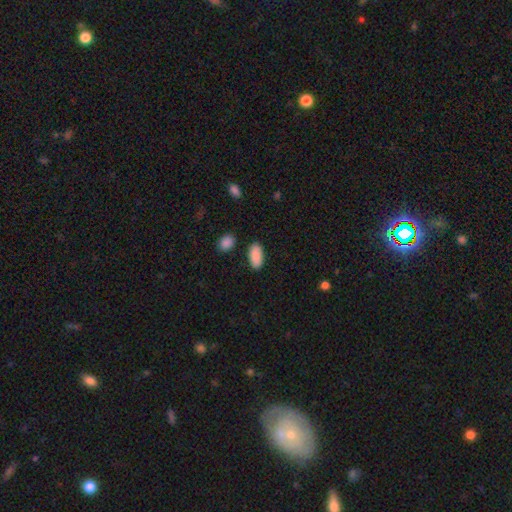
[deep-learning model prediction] smooth_or_featured: smooth (p=0.89) [alt: star or artifact p=0.06]
how_rounded: in between (p=0.94) [alt: cigar-shaped p=0.04]
merging: none (p=0.86) [alt: minor disturbance p=0.09]